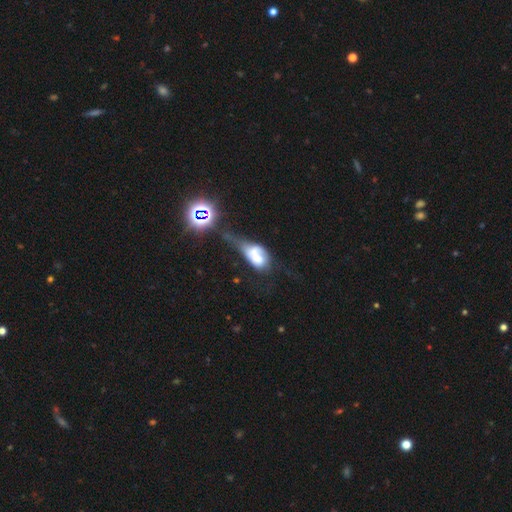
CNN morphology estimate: smooth_or_featured: smooth (p=0.51) [alt: featured or disk p=0.36]
how_rounded: in between (p=0.76) [alt: round p=0.18]
merging: merger (p=0.45) [alt: major disturbance p=0.28]